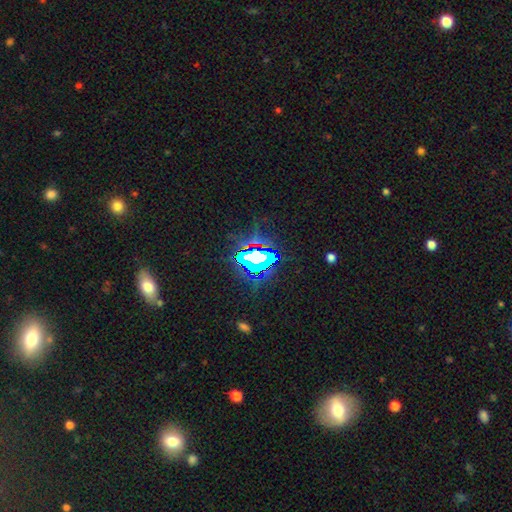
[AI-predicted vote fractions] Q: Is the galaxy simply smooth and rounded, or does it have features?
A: star or artifact — 78%.